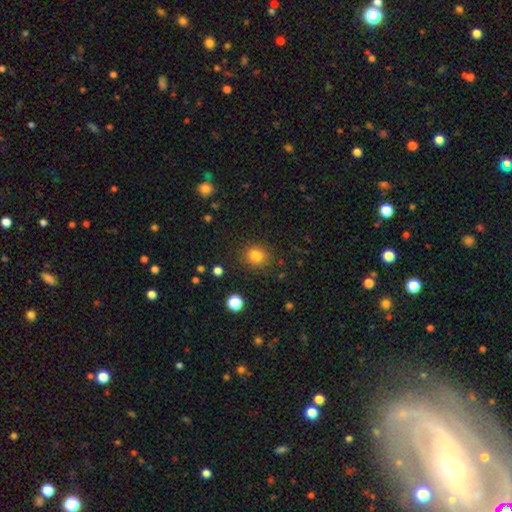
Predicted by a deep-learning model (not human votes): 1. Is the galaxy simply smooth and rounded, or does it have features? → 81% smooth, 13% star or artifact, 6% featured or disk.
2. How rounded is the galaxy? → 77% round, 22% in between, 1% cigar-shaped.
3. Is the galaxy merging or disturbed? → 84% none, 10% minor disturbance, 4% major disturbance, 2% merger.